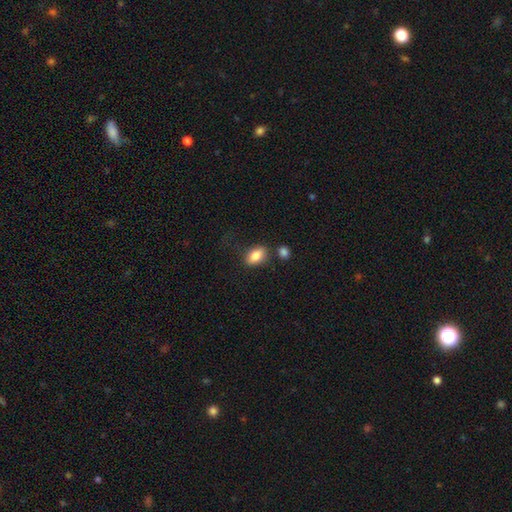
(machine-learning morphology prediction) Smooth or featured? smooth (84%)
How rounded? in between (87%)
Merging? none (70%)